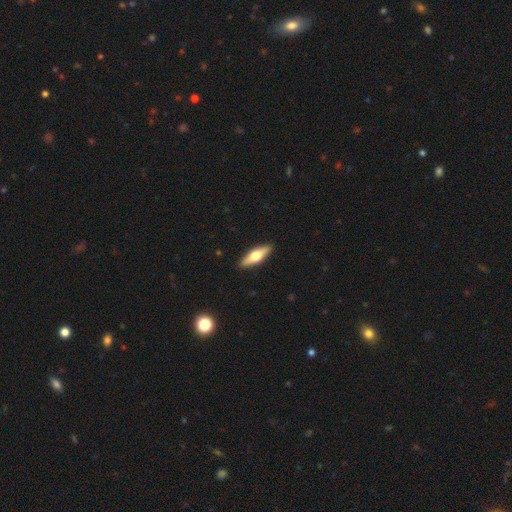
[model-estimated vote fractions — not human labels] Smooth or featured? Predicted: smooth (p=0.50). How rounded? Predicted: in between (p=0.50). Merging? Predicted: none (p=0.91).